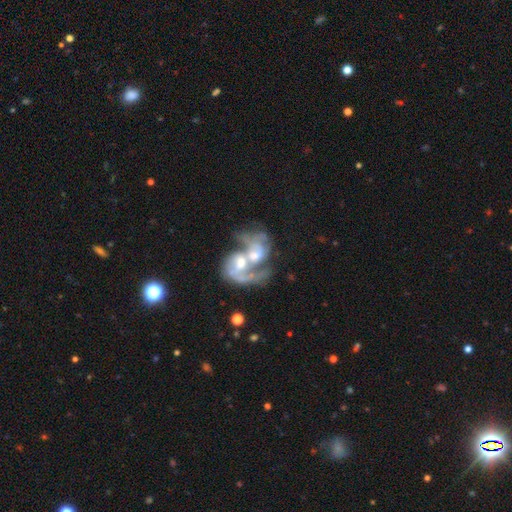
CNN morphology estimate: A featured or disk galaxy (74%) with no bar (61%), 2 (44%) loose (42%) spiral arms (74%) and a moderate central bulge (58%). Merging: merger (76%).